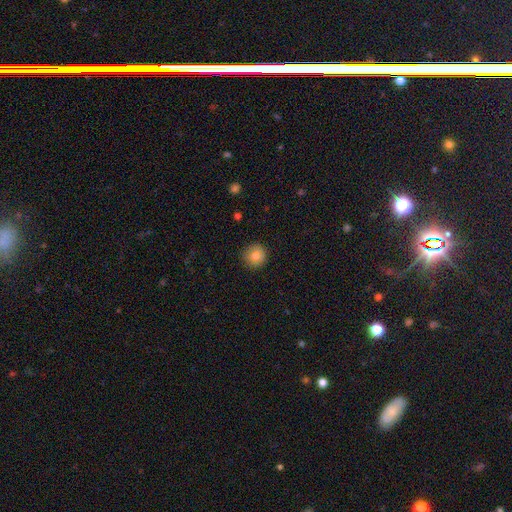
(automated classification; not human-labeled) smooth-or-featured: smooth: 81% | star or artifact: 10% | featured or disk: 9%
  how-rounded: round: 95% | in between: 5% | cigar-shaped: 1%
  merging: none: 89% | minor disturbance: 8% | major disturbance: 2% | merger: 1%